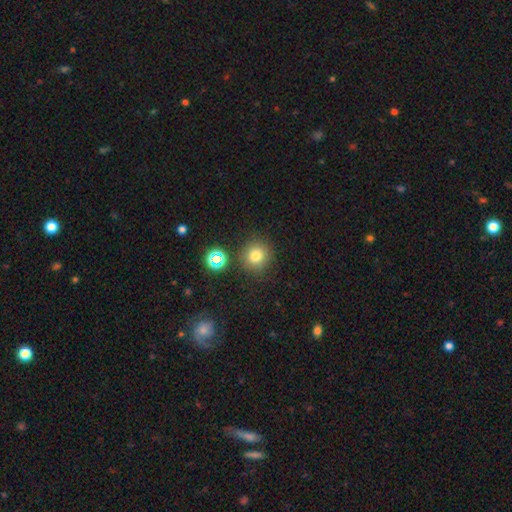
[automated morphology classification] A smooth galaxy with no disk features (75%) that is round (91%).

Vote fractions:
- Smooth or featured? smooth: 75% / star or artifact: 18% / featured or disk: 8%
- How rounded? round: 91% / in between: 8% / cigar-shaped: 1%
- Merging? none: 84% / minor disturbance: 8% / merger: 5% / major disturbance: 3%